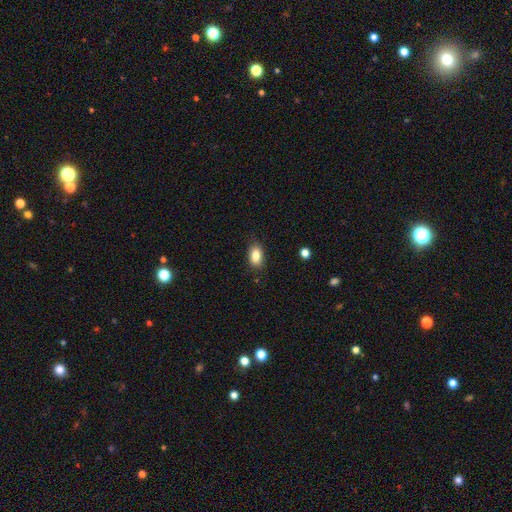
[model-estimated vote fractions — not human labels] smooth_or_featured: smooth (p=0.85) [alt: star or artifact p=0.09]
how_rounded: in between (p=0.86) [alt: round p=0.11]
merging: none (p=0.83) [alt: minor disturbance p=0.13]